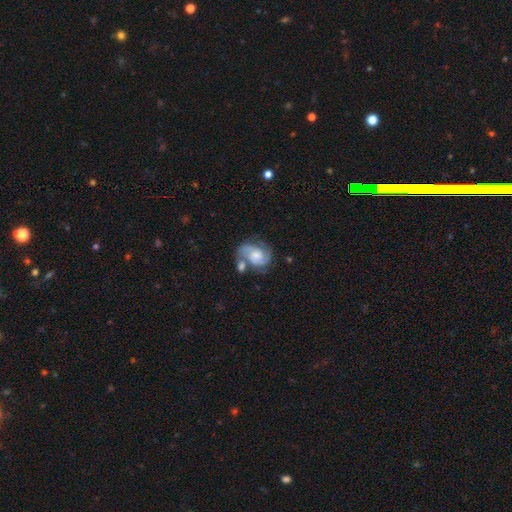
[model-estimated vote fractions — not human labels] Q: Smooth or featured?
A: featured or disk (76%); runner-up: smooth (18%)
Q: Edge-on disk?
A: no (98%); runner-up: yes (2%)
Q: Bar?
A: no (68%); runner-up: weak (27%)
Q: Spiral arms?
A: yes (94%); runner-up: no (6%)
Q: Spiral winding?
A: medium (48%); runner-up: tight (37%)
Q: Spiral arm count?
A: 2 (76%); runner-up: can't tell (9%)
Q: Bulge size?
A: moderate (42%); runner-up: small (38%)
Q: Merging?
A: none (44%); runner-up: merger (24%)